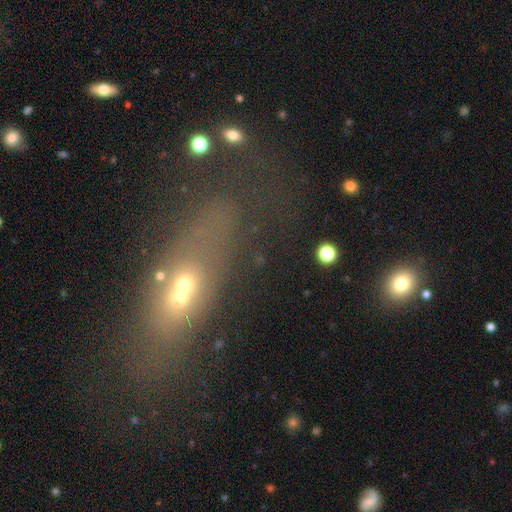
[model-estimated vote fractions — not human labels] Q: Smooth or featured?
A: smooth (42%); runner-up: featured or disk (34%)
Q: Merging?
A: none (41%); runner-up: merger (33%)